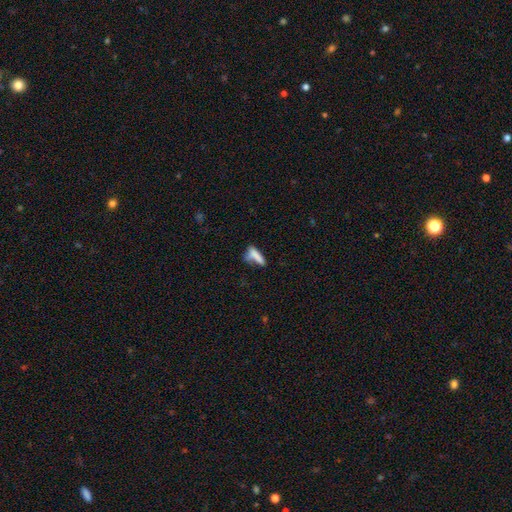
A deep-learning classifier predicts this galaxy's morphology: Smooth or featured?
  - smooth: 73% *
  - featured or disk: 16%
  - star or artifact: 10%
How rounded?
  - cigar-shaped: 65% *
  - in between: 32%
  - round: 3%
Merging?
  - none: 40% *
  - merger: 26%
  - minor disturbance: 20%
  - major disturbance: 15%